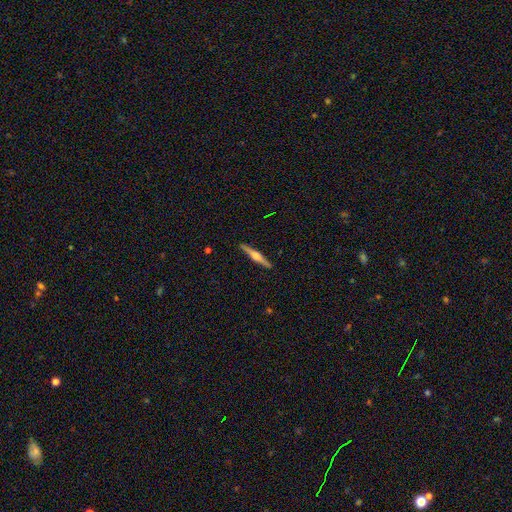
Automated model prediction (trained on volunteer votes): Smooth or featured? Predicted: featured or disk (p=0.74). Edge-on disk? Predicted: yes (p=0.98). Edge-on bulge? Predicted: rounded (p=0.87). Merging? Predicted: none (p=0.91).